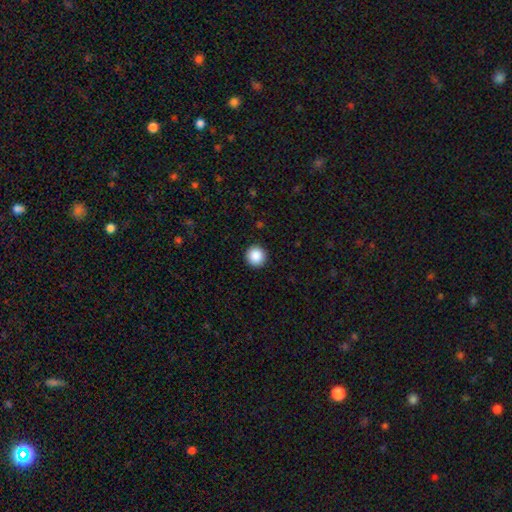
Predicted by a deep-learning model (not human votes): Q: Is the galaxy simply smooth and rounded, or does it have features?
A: smooth — 88%.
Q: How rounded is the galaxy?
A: round — 96%.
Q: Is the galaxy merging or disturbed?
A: none — 93%.